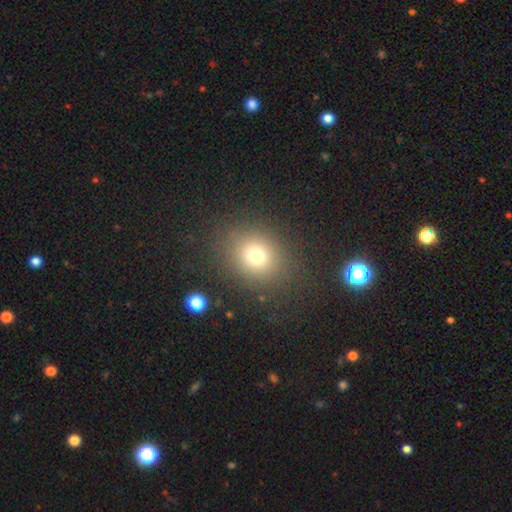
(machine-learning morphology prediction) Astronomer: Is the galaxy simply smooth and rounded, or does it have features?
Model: smooth — 72%.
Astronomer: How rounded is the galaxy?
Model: round — 72%.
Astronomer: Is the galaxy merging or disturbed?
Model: none — 84%.